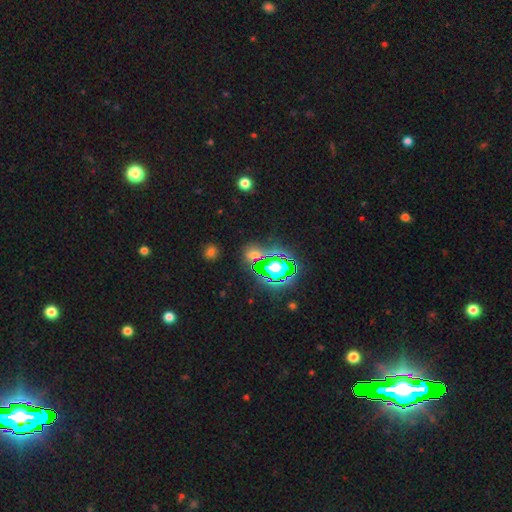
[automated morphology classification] Overall: star or artifact (67%).